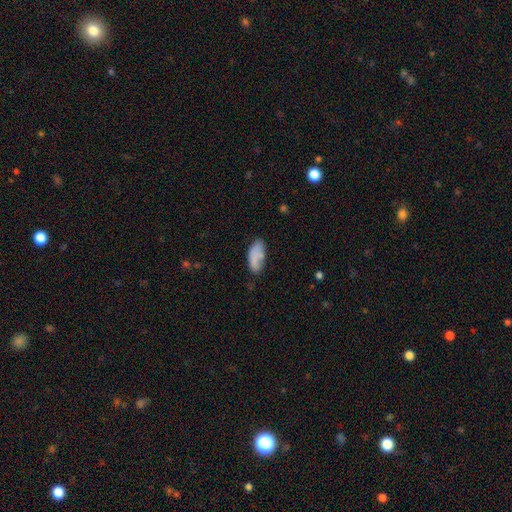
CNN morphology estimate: A smooth galaxy with no disk features (80%) that is in between round and cigar-shaped (89%). Merging: none (60%).